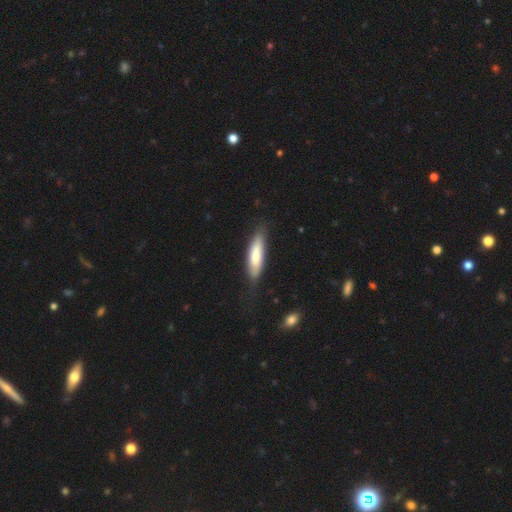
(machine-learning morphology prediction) smooth-or-featured: smooth: 72% | featured or disk: 22% | star or artifact: 5%
  how-rounded: cigar-shaped: 64% | in between: 35% | round: 1%
  merging: none: 73% | minor disturbance: 20% | major disturbance: 5% | merger: 2%